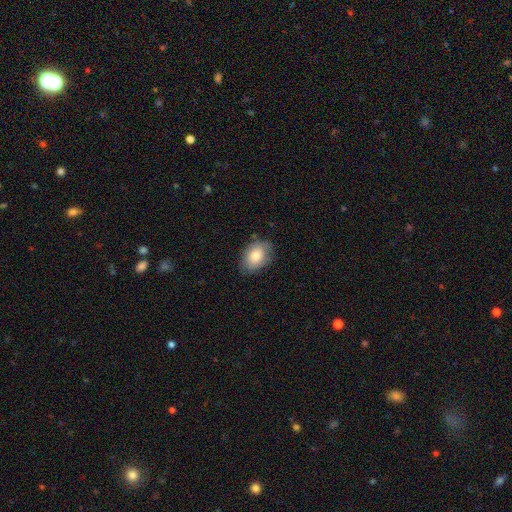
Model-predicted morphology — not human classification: The model was most divided on "merging": none: 73%, minor disturbance: 21%, major disturbance: 4%, merger: 1%. More confident: how rounded — in between (81%); smooth or featured — smooth (80%).